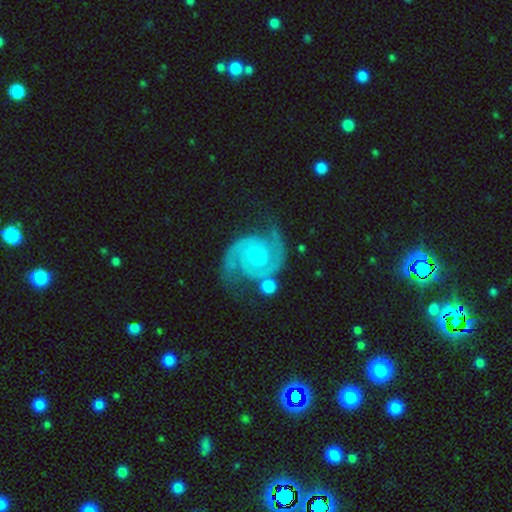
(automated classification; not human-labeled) Smooth or featured? Predicted: featured or disk (p=0.92). Edge-on disk? Predicted: no (p=0.98). Bar? Predicted: no (p=0.72). Spiral arms? Predicted: yes (p=0.98). Spiral winding? Predicted: tight (p=0.49). Spiral arm count? Predicted: 2 (p=0.93). Bulge size? Predicted: small (p=0.63). Merging? Predicted: none (p=0.70).